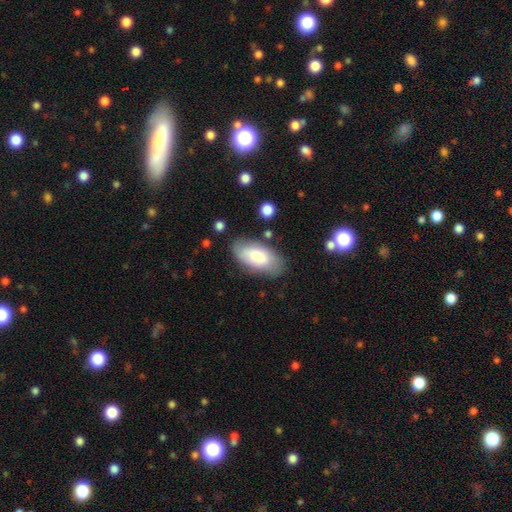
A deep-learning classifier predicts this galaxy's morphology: Q: Smooth or featured?
A: smooth (77%); runner-up: featured or disk (16%)
Q: How rounded?
A: in between (93%); runner-up: cigar-shaped (5%)
Q: Merging?
A: none (77%); runner-up: minor disturbance (16%)